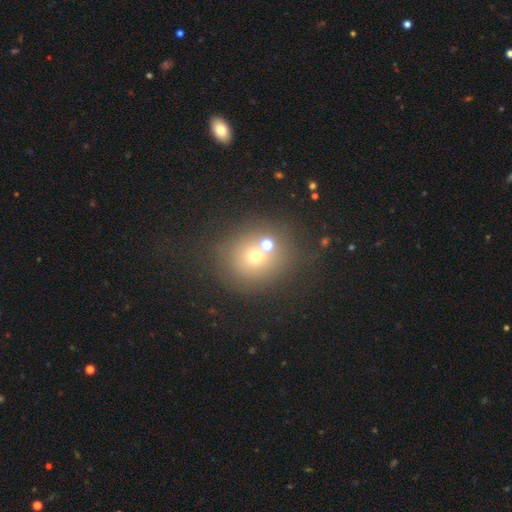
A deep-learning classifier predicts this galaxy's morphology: Smooth or featured? smooth (60%)
How rounded? round (85%)
Merging? none (54%)